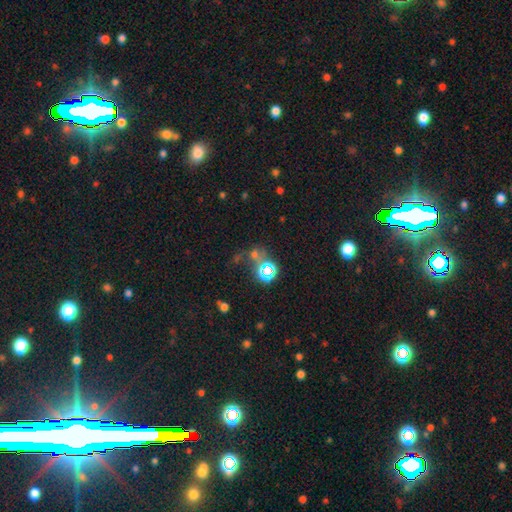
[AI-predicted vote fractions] This is possibly a star or artifact rather than a galaxy (55%).